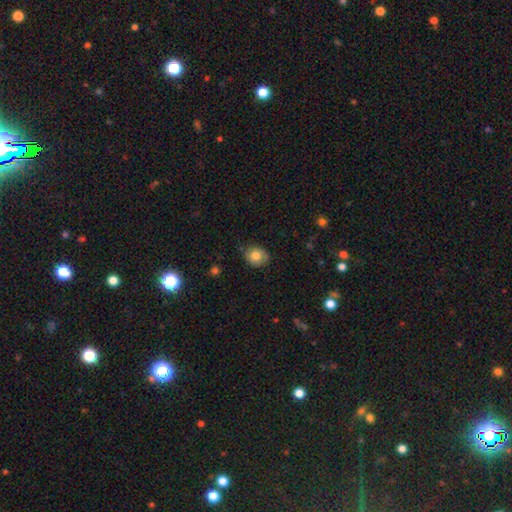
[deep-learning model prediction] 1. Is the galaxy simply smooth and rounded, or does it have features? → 76% smooth, 15% featured or disk, 9% star or artifact.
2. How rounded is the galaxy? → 65% round, 34% in between, 1% cigar-shaped.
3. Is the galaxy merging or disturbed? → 78% none, 17% minor disturbance, 3% major disturbance, 1% merger.